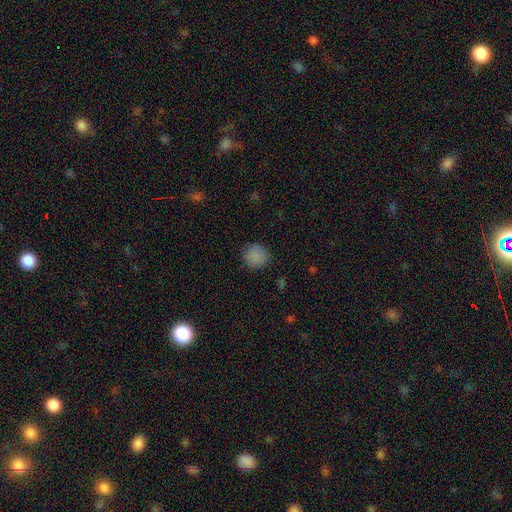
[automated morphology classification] The model was most divided on "smooth or featured": smooth: 86%, star or artifact: 10%, featured or disk: 4%. More confident: how rounded — round (90%); merging — none (87%).